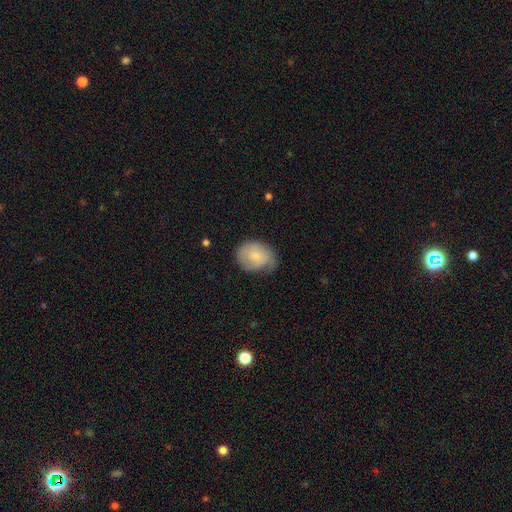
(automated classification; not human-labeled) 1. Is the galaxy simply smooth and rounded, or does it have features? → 73% smooth, 20% featured or disk, 7% star or artifact.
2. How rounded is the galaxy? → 50% in between, 49% round, 1% cigar-shaped.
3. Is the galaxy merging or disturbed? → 50% none, 36% minor disturbance, 12% major disturbance, 1% merger.